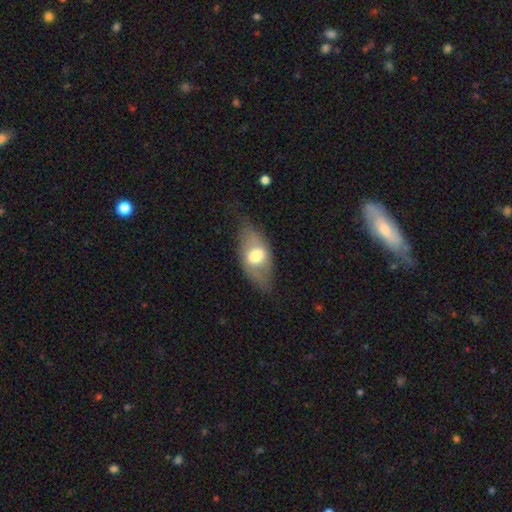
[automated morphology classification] smooth-or-featured: smooth: 55% | featured or disk: 38% | star or artifact: 7%
  how-rounded: in between: 85% | round: 8% | cigar-shaped: 7%
  merging: none: 63% | minor disturbance: 24% | major disturbance: 12% | merger: 2%